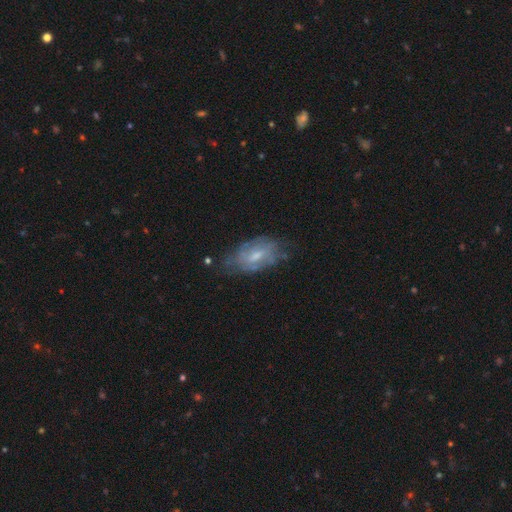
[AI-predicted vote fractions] A featured or disk galaxy (58%) with a weak bar (50%), spiral arms (59%) and a moderate central bulge (45%).

Vote fractions:
- Smooth or featured? featured or disk: 58% / smooth: 35% / star or artifact: 8%
- Edge-on disk? no: 92% / yes: 8%
- Bar? weak: 50% / no: 40% / strong: 10%
- Spiral arms? yes: 59% / no: 41%
- Bulge size? moderate: 45% / small: 43% / none: 8% / large: 3% / dominant: 1%
- Merging? none: 56% / minor disturbance: 29% / major disturbance: 12% / merger: 2%